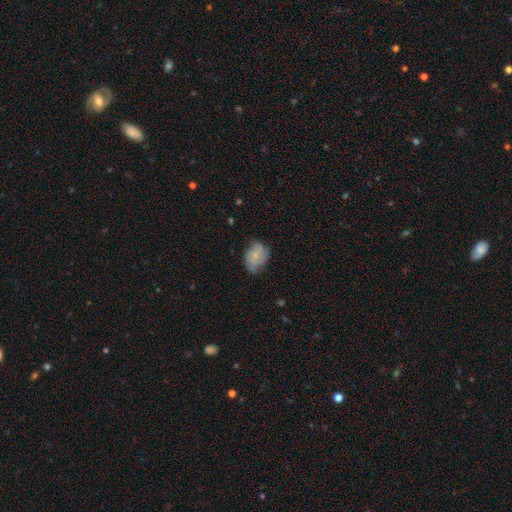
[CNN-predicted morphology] Smooth or featured? smooth (63%)
How rounded? in between (76%)
Merging? none (55%)